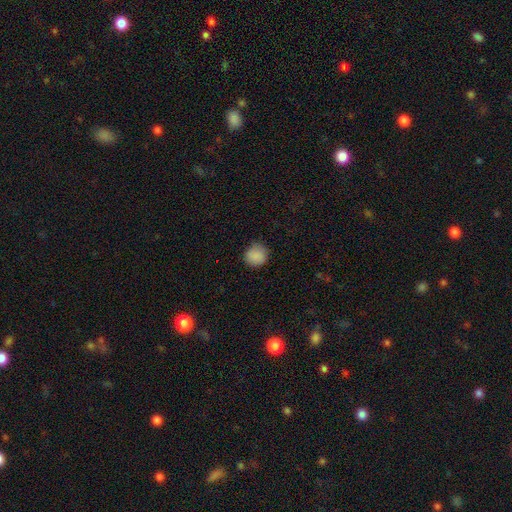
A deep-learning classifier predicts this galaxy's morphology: A smooth galaxy with no disk features (87%) that is round (89%).

Vote fractions:
- Smooth or featured? smooth: 87% / star or artifact: 9% / featured or disk: 4%
- How rounded? round: 89% / in between: 10% / cigar-shaped: 1%
- Merging? none: 82% / minor disturbance: 14% / major disturbance: 3% / merger: 1%